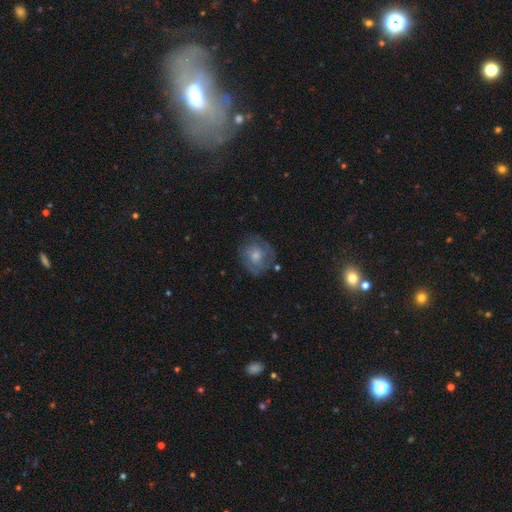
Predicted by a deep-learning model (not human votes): A featured or disk galaxy (53%) with no bar (76%), spiral arms (69%) and a small central bulge (44%).

Vote fractions:
- Smooth or featured? featured or disk: 53% / smooth: 39% / star or artifact: 8%
- Edge-on disk? no: 97% / yes: 3%
- Bar? no: 76% / weak: 21% / strong: 3%
- Spiral arms? yes: 69% / no: 31%
- Bulge size? small: 44% / moderate: 40% / none: 9% / large: 5% / dominant: 1%
- Merging? none: 66% / minor disturbance: 21% / major disturbance: 10% / merger: 3%